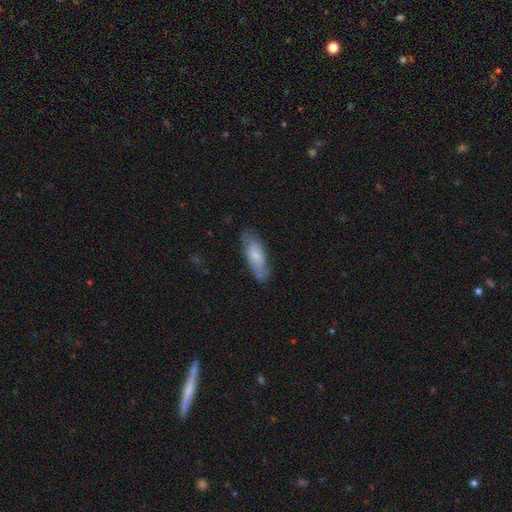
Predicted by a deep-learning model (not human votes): Smooth or featured: smooth — 65% (featured or disk — 29%)
How rounded: in between — 66% (cigar-shaped — 32%)
Merging: none — 72% (minor disturbance — 22%)